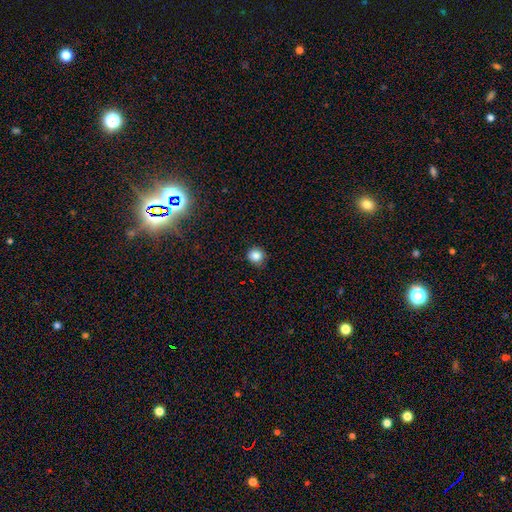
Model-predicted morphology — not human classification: type=smooth (85%); roundness=round (90%); merging=none (83%).